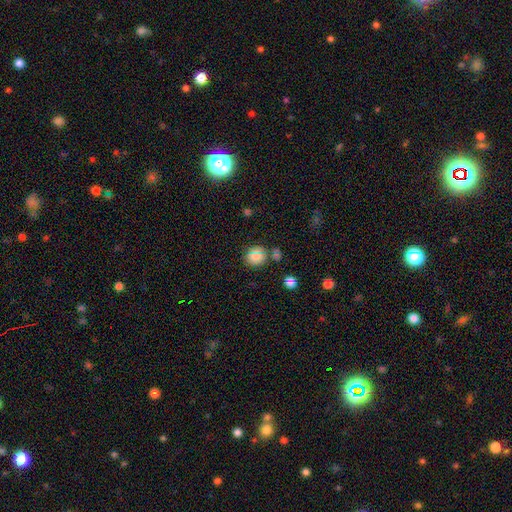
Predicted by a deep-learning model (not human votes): Smooth or featured?
  - smooth: 80% *
  - star or artifact: 11%
  - featured or disk: 9%
How rounded?
  - round: 78% *
  - in between: 21%
  - cigar-shaped: 1%
Merging?
  - none: 70% *
  - minor disturbance: 16%
  - merger: 10%
  - major disturbance: 4%